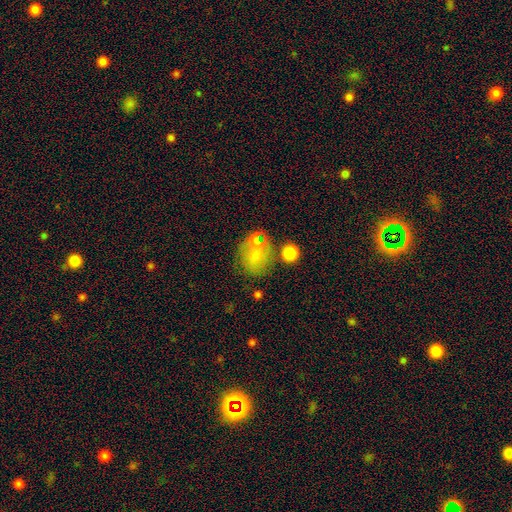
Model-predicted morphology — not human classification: Smooth or featured? Predicted: smooth (p=0.67). How rounded? Predicted: round (p=0.65). Merging? Predicted: none (p=0.49).